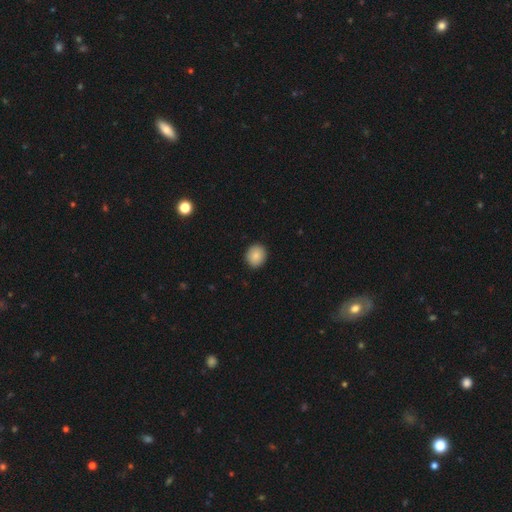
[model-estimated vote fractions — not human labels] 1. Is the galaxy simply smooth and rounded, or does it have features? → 87% smooth, 8% star or artifact, 4% featured or disk.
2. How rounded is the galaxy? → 79% round, 20% in between, 1% cigar-shaped.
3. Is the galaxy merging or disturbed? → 92% none, 6% minor disturbance, 2% major disturbance, 1% merger.